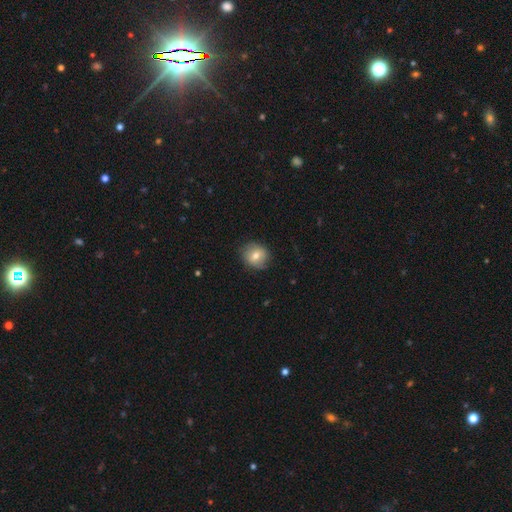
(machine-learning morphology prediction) The model was most divided on "smooth or featured": smooth: 69%, featured or disk: 22%, star or artifact: 9%. More confident: merging — none (78%); how rounded — round (76%).